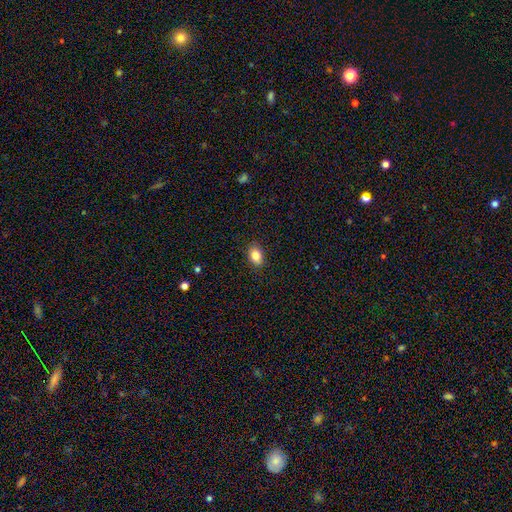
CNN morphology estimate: Q: Smooth or featured?
A: smooth (84%); runner-up: star or artifact (9%)
Q: How rounded?
A: in between (80%); runner-up: round (18%)
Q: Merging?
A: none (89%); runner-up: minor disturbance (8%)